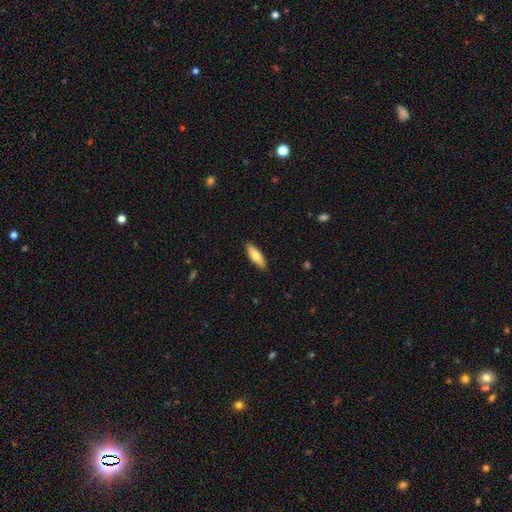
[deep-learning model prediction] Overall: smooth (73%). How rounded: in between (53%; cigar-shaped 45%). Merging: none (90%).